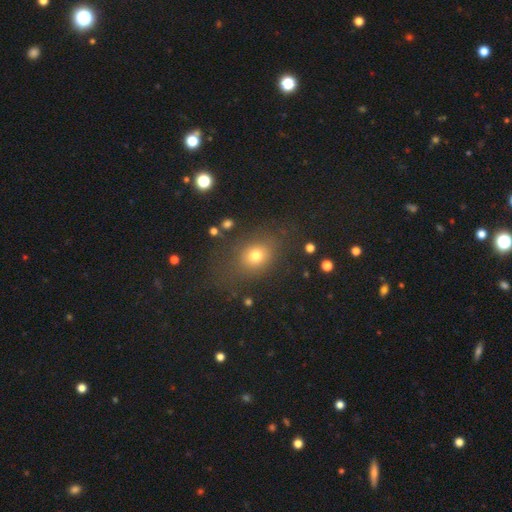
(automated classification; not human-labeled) Smooth or featured: smooth — 73% (star or artifact — 16%)
How rounded: round — 54% (in between — 45%)
Merging: none — 71% (minor disturbance — 15%)